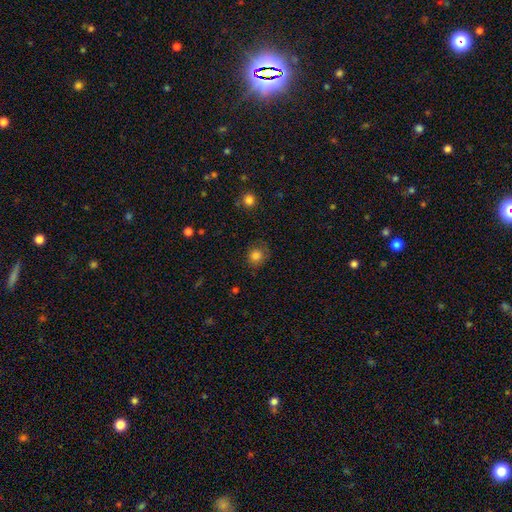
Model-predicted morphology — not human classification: Smooth or featured? Predicted: smooth (p=0.81). How rounded? Predicted: round (p=0.81). Merging? Predicted: none (p=0.73).